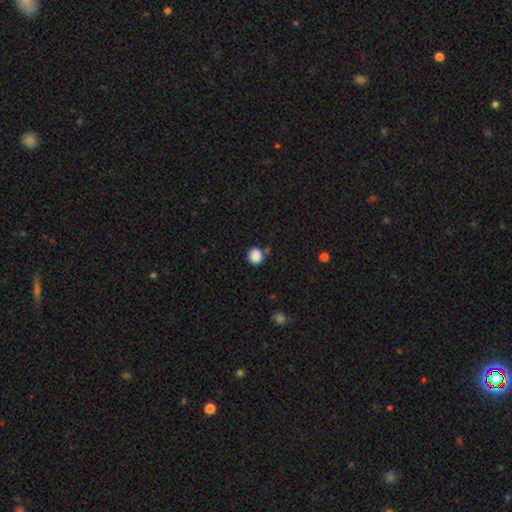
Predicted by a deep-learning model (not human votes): A smooth galaxy with no disk features (87%) that is round (89%). Merging: none (76%).